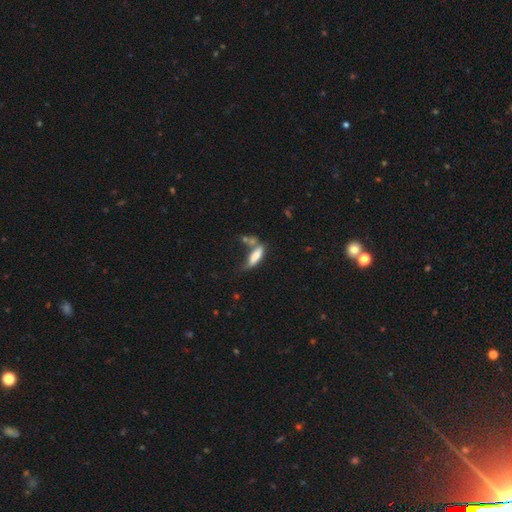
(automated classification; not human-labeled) A smooth galaxy with no disk features (72%) that is cigar-shaped (51%). Merging: none (35%).